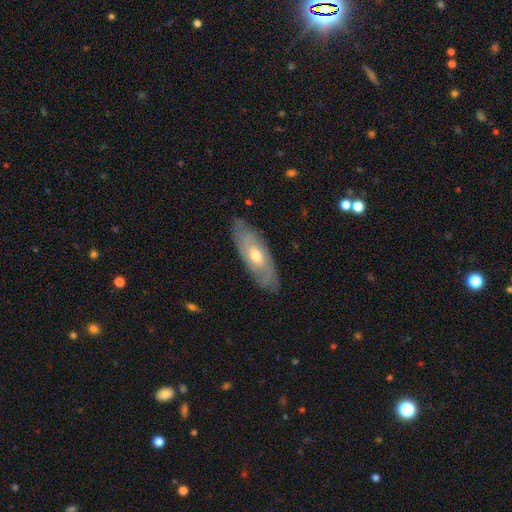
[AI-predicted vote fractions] Overall: featured or disk (63%; smooth 31%). Edge-on disk: no (77%). Merging: none (80%).